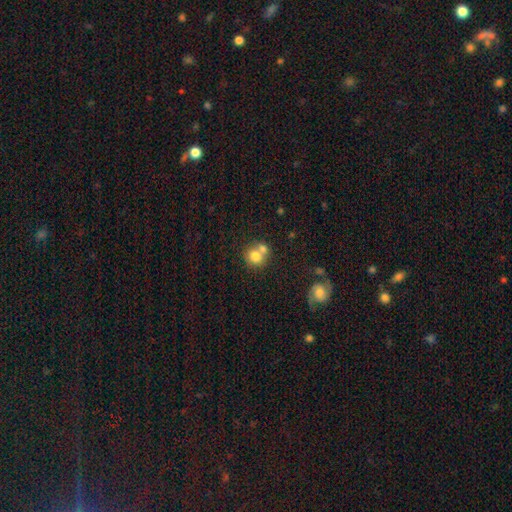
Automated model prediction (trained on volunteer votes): This appears to be a smooth galaxy with no disk features (77%) that is round (81%). Merging: merger (46%).